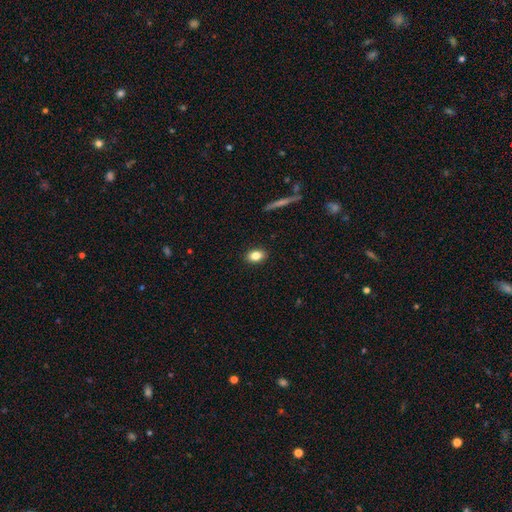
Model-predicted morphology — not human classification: Smooth or featured? Predicted: smooth (p=0.82). How rounded? Predicted: in between (p=0.80). Merging? Predicted: none (p=0.90).